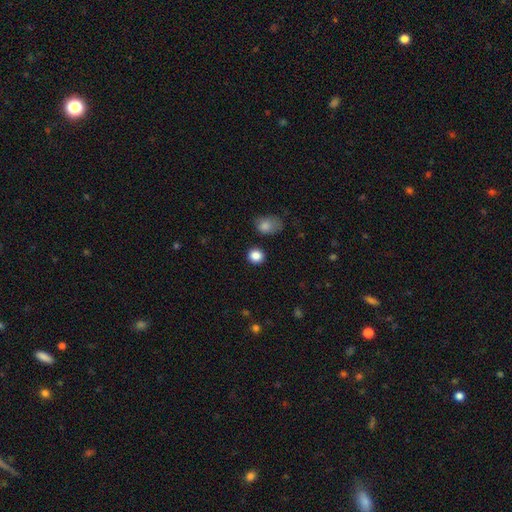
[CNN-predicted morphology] Q: Smooth or featured?
A: smooth (86%); runner-up: star or artifact (10%)
Q: How rounded?
A: round (85%); runner-up: in between (14%)
Q: Merging?
A: none (86%); runner-up: minor disturbance (8%)